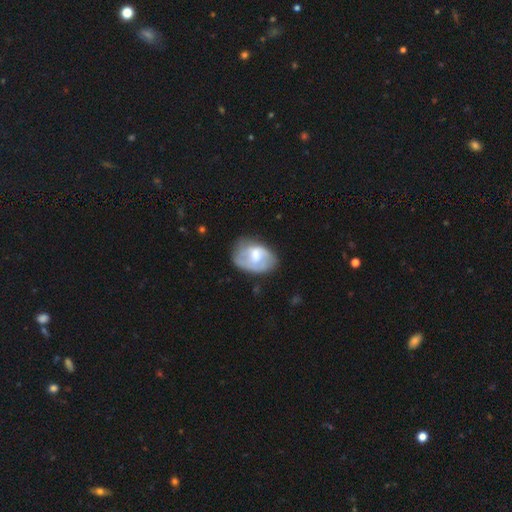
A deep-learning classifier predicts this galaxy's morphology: Overall: featured or disk (47%; smooth 46%). Merging: none (49%; minor disturbance 32%).